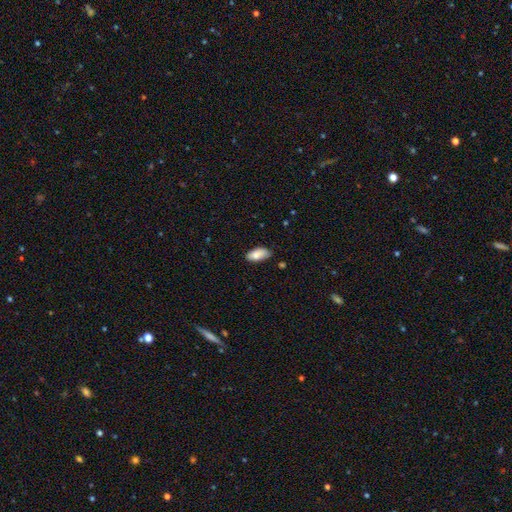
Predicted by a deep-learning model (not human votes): smooth-or-featured: smooth: 84% | featured or disk: 10% | star or artifact: 7%
  how-rounded: in between: 92% | cigar-shaped: 6% | round: 2%
  merging: none: 73% | minor disturbance: 22% | major disturbance: 3% | merger: 2%